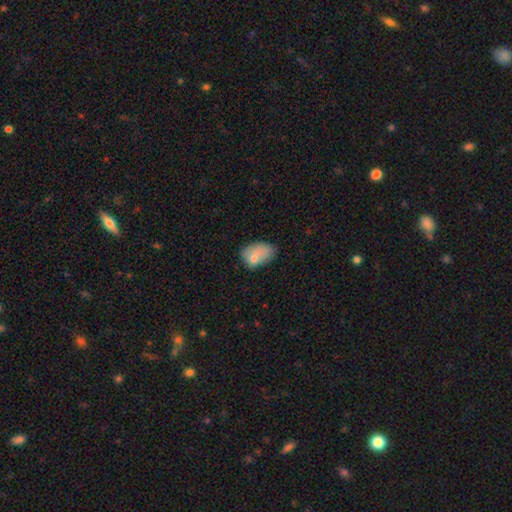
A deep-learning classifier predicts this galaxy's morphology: A smooth galaxy with no disk features (75%) that is in between round and cigar-shaped (85%).

Vote fractions:
- Smooth or featured? smooth: 75% / featured or disk: 16% / star or artifact: 9%
- How rounded? in between: 85% / round: 13% / cigar-shaped: 1%
- Merging? none: 36% / minor disturbance: 35% / major disturbance: 17% / merger: 12%